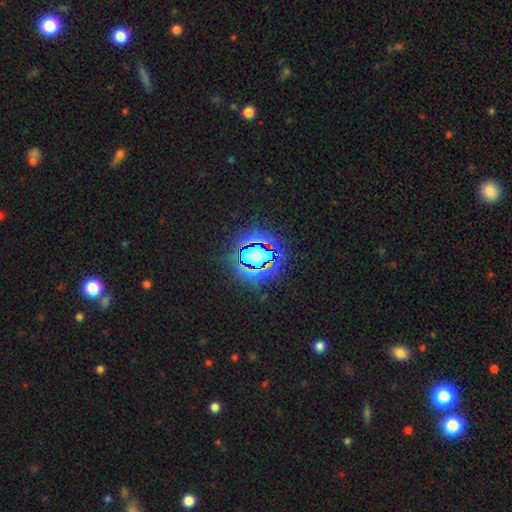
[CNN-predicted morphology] This is likely a star or artifact rather than a galaxy (64%).